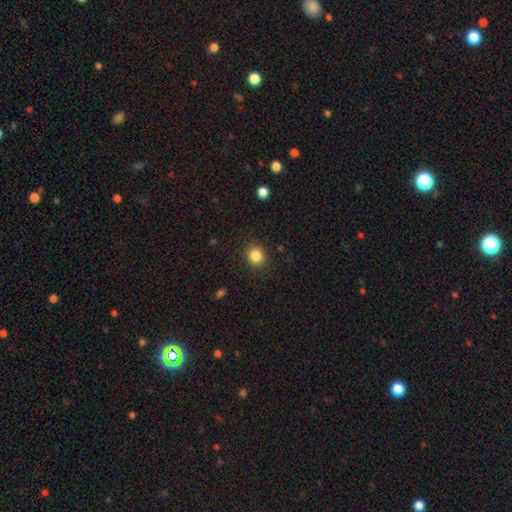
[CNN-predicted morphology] This appears to be a smooth galaxy with no disk features (85%) that is round (76%). Merging: none (88%).